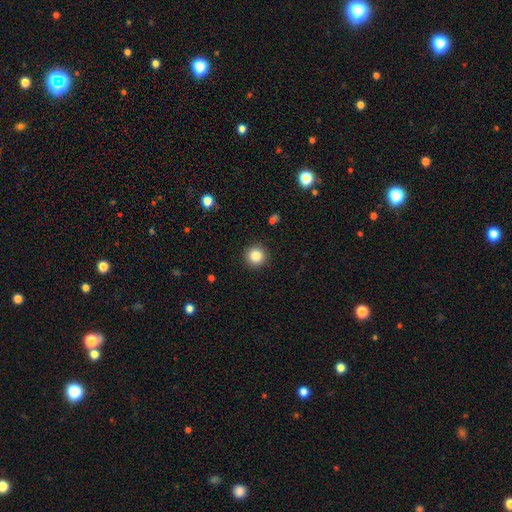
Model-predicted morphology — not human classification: Overall: smooth (85%). How rounded: round (95%). Merging: none (92%).